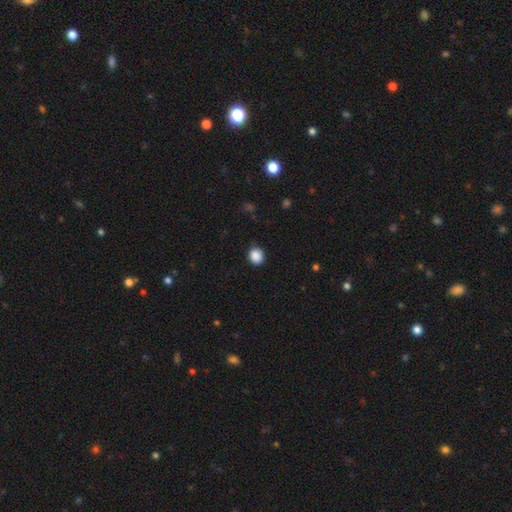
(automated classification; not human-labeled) Smooth or featured? Predicted: smooth (p=0.88). How rounded? Predicted: round (p=0.78). Merging? Predicted: none (p=0.86).